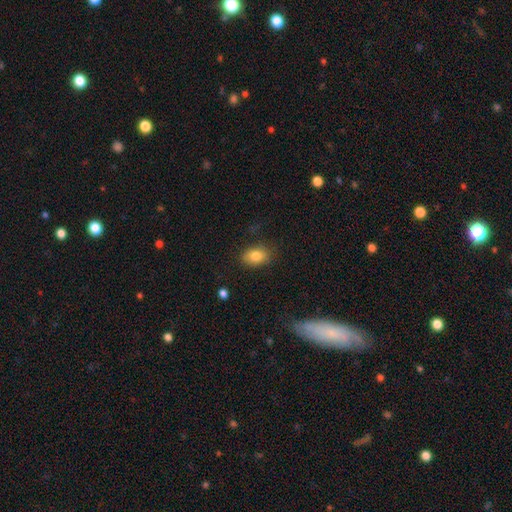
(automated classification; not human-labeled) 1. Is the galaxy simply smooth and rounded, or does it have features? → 82% smooth, 9% star or artifact, 9% featured or disk.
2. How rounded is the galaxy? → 79% in between, 19% round, 1% cigar-shaped.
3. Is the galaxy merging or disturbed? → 79% none, 15% minor disturbance, 4% major disturbance, 1% merger.